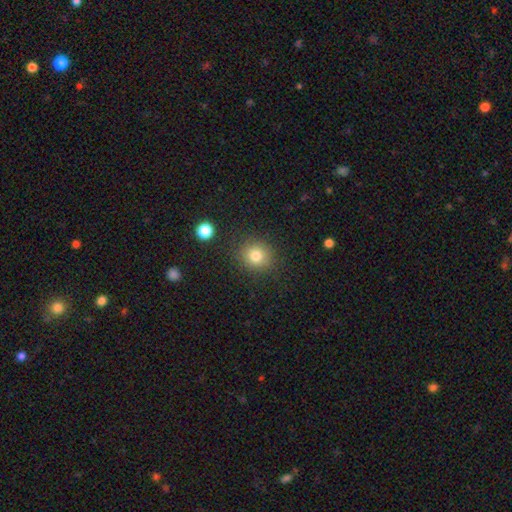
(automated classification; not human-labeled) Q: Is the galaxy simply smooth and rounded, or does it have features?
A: smooth — 80%.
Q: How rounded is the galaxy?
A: round — 87%.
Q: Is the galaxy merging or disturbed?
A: none — 87%.